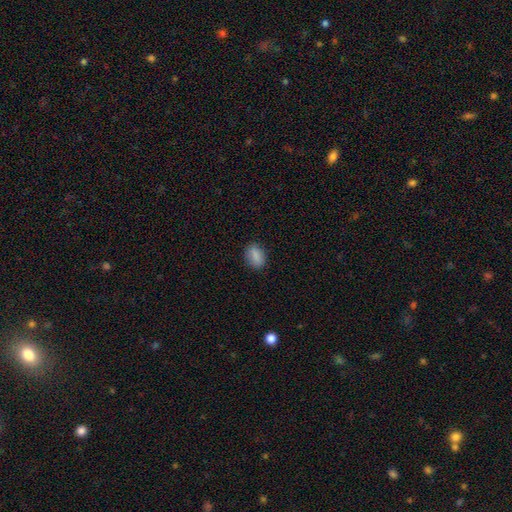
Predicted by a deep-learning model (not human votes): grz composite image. It shows a smooth galaxy with no disk features (87%) that is in between round and cigar-shaped (82%). Merging: none (86%).